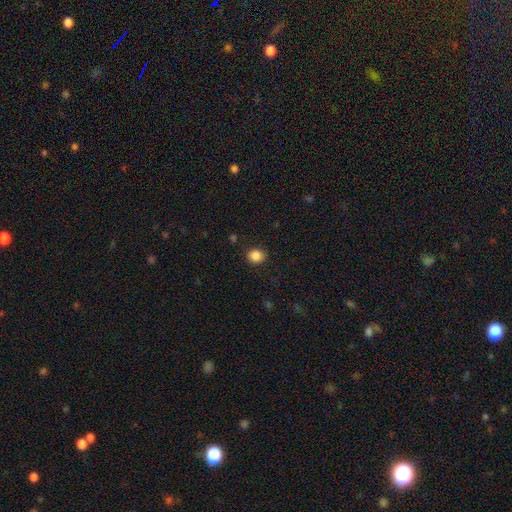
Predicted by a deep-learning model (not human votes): This appears to be a smooth galaxy with no disk features (86%) that is round (76%). Merging: none (89%).